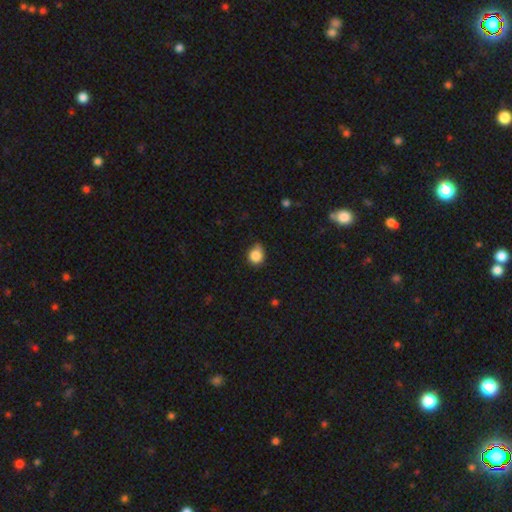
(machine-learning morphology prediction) smooth-or-featured: smooth: 85% | star or artifact: 10% | featured or disk: 5%
  how-rounded: round: 76% | in between: 23% | cigar-shaped: 1%
  merging: none: 61% | minor disturbance: 32% | major disturbance: 5% | merger: 2%